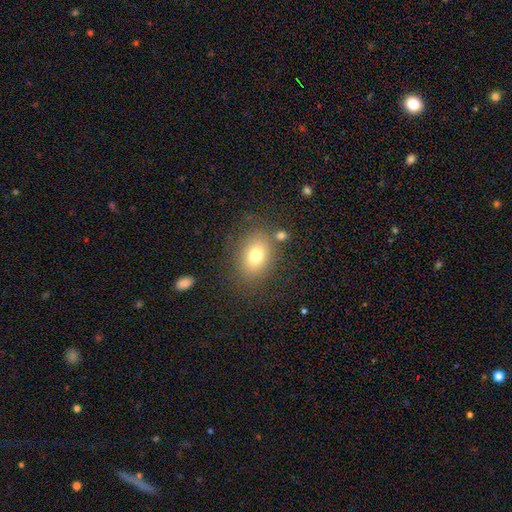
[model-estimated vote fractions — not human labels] This is likely a smooth galaxy (76%). How rounded: likely in between (72%). Merging: likely none (76%).